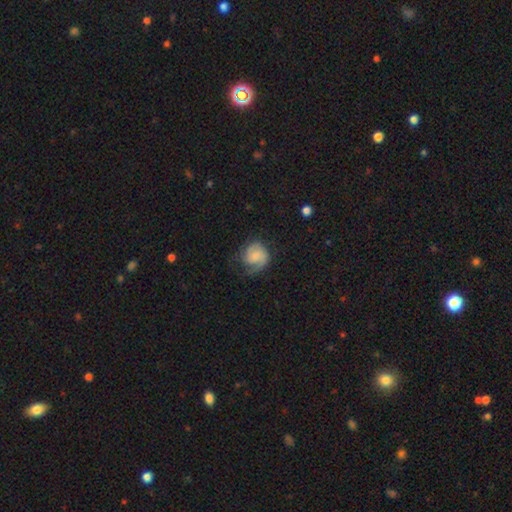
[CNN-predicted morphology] Overall: featured or disk (59%; smooth 34%). Edge-on disk: no (98%). Bar: no (67%; weak 28%). Spiral arms: yes (90%). Spiral arm count: 2 (41%; 1 25%). Spiral winding: tight (44%; medium 38%). Bulge size: small (54%; moderate 30%). Merging: none (54%; minor disturbance 26%).